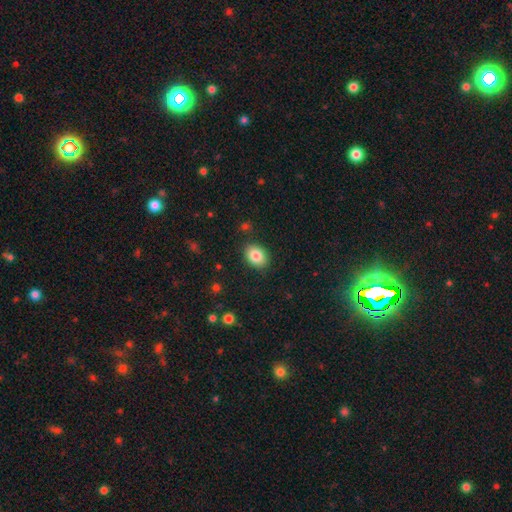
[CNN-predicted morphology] Smooth or featured? Predicted: smooth (p=0.84). How rounded? Predicted: in between (p=0.69). Merging? Predicted: none (p=0.87).